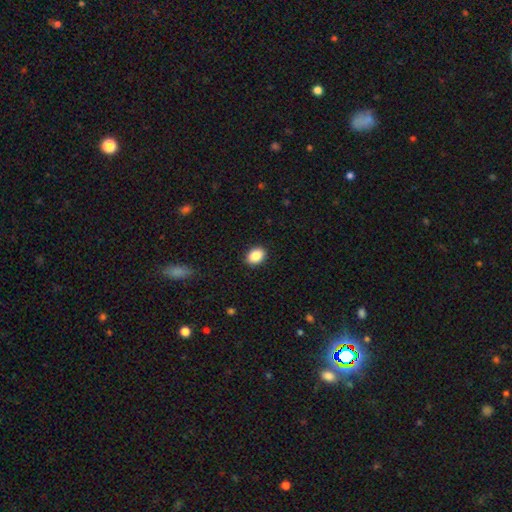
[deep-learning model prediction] smooth 88%, star or artifact 8%, featured or disk 4%. Down the decision tree: how rounded — in between (74%); merging — none (90%).